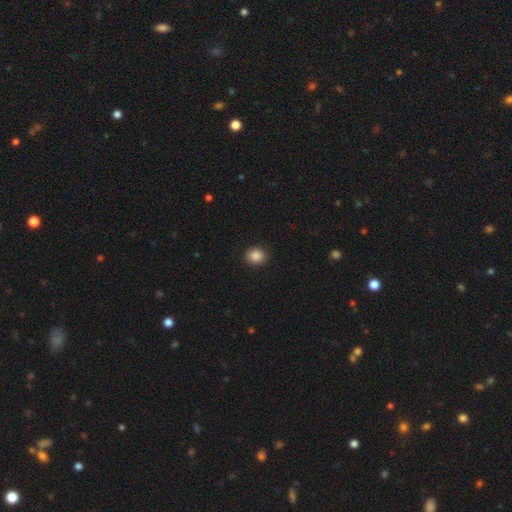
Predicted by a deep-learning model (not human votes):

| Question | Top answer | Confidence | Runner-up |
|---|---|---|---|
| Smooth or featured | smooth | 87% | star or artifact (9%) |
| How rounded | round | 75% | in between (24%) |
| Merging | none | 91% | minor disturbance (6%) |